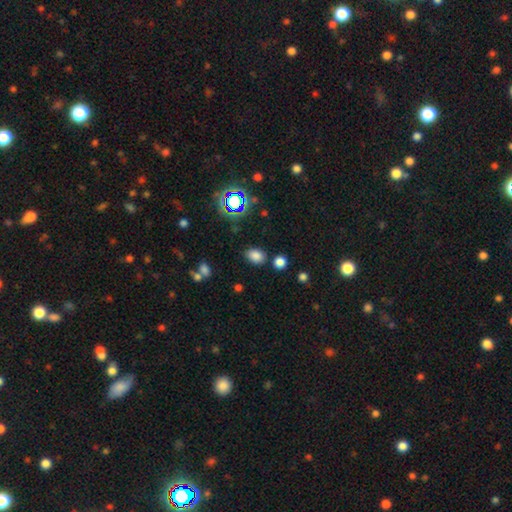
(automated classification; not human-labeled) A smooth galaxy with no disk features (79%) that is in between round and cigar-shaped (71%).

Vote fractions:
- Smooth or featured? smooth: 79% / star or artifact: 16% / featured or disk: 5%
- How rounded? in between: 71% / round: 28% / cigar-shaped: 1%
- Merging? none: 79% / minor disturbance: 11% / merger: 6% / major disturbance: 3%